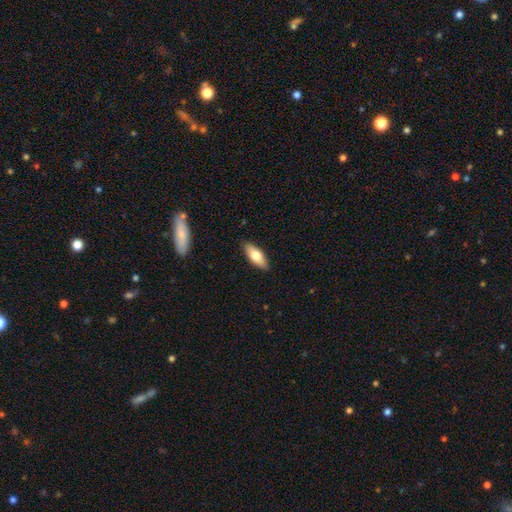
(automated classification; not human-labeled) The model was most divided on "smooth or featured": smooth: 71%, featured or disk: 23%, star or artifact: 6%. More confident: merging — none (88%); how rounded — in between (75%).